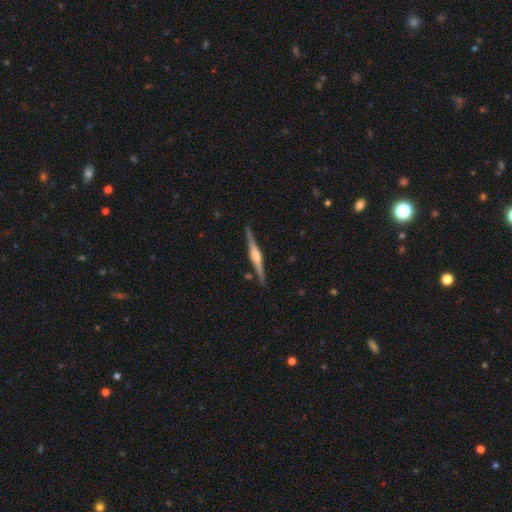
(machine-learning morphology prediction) Smooth or featured? Predicted: featured or disk (p=0.82). Edge-on disk? Predicted: yes (p=0.98). Edge-on bulge? Predicted: rounded (p=0.76). Merging? Predicted: none (p=0.88).